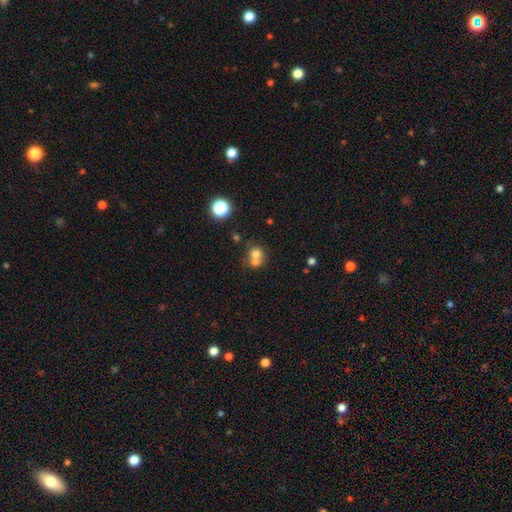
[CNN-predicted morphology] Smooth or featured? smooth (71%)
How rounded? round (80%)
Merging? merger (57%)